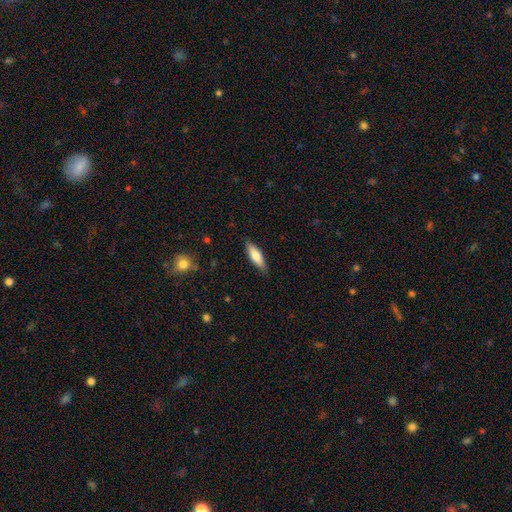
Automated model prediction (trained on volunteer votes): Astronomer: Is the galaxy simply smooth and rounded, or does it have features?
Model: smooth — 75%.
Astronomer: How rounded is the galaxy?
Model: cigar-shaped — 54% (runner-up: in between, 44%).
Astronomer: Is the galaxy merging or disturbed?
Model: none — 86%.